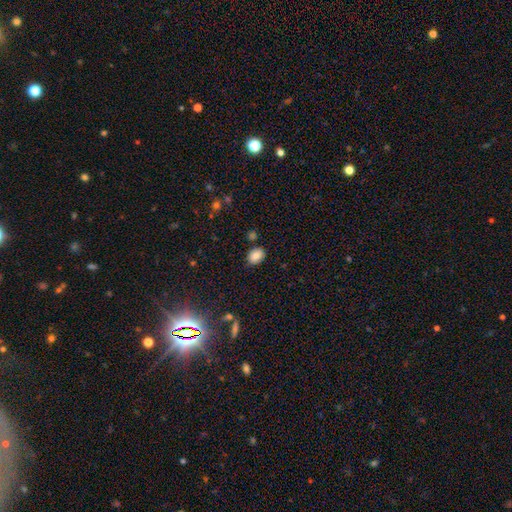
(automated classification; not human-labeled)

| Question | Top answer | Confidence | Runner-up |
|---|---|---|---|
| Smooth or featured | smooth | 84% | star or artifact (9%) |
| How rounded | in between | 69% | round (30%) |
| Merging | none | 82% | minor disturbance (12%) |